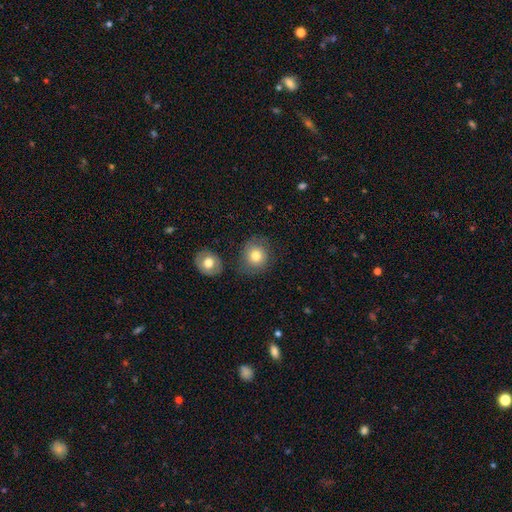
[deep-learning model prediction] smooth 78%, featured or disk 14%, star or artifact 9%. Down the decision tree: how rounded — round (81%); merging — none (68%).